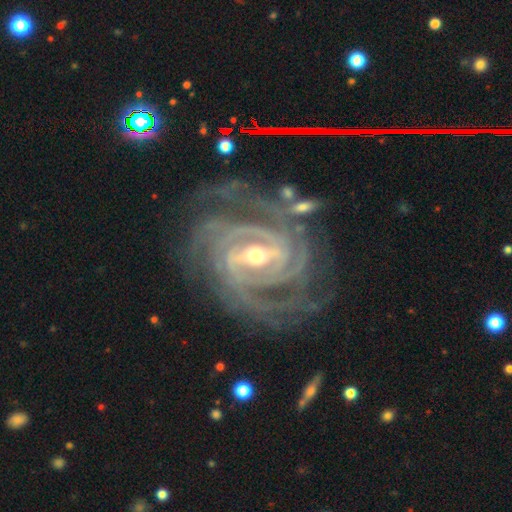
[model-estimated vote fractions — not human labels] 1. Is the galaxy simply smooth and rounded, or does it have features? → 93% featured or disk, 4% star or artifact, 3% smooth.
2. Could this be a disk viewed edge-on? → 97% no, 3% yes.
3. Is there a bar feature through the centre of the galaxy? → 61% strong, 29% weak, 11% no.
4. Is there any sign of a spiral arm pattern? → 98% yes, 2% no.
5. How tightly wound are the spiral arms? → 69% tight, 26% medium, 5% loose.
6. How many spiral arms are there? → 25% 3, 22% 2, 21% 4, 15% can't tell, 9% more than 4, 7% 1.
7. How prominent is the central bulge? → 52% moderate, 43% small, 3% large, 1% none, 1% dominant.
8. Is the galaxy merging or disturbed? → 62% none, 19% minor disturbance, 14% major disturbance, 4% merger.